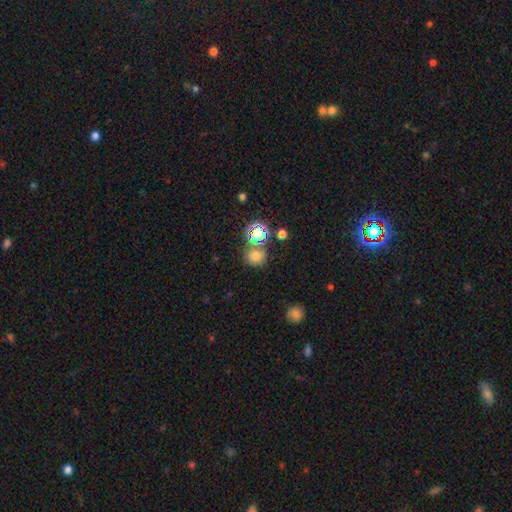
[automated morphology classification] type=smooth (69%); roundness=round (81%); merging=none (65%).